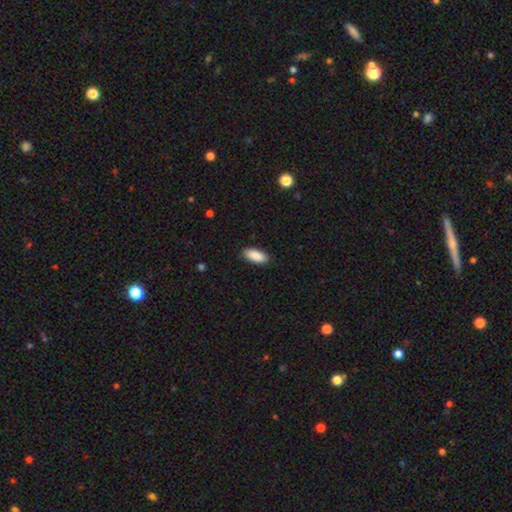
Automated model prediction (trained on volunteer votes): The model was most divided on "how rounded": in between: 87%, cigar-shaped: 11%, round: 2%. More confident: smooth or featured — smooth (90%); merging — none (87%).